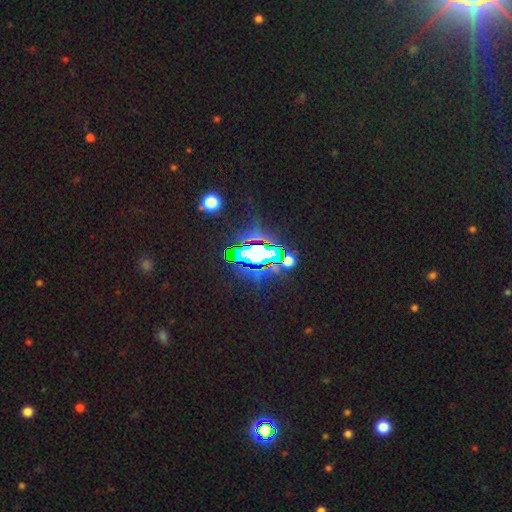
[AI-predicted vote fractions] Smooth or featured?
  - star or artifact: 69% *
  - smooth: 16%
  - featured or disk: 15%